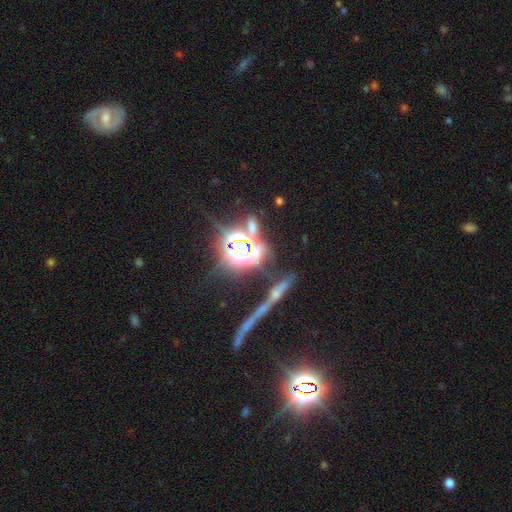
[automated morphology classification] A star or artifact, not a galaxy (68%).

Vote fractions:
- Smooth or featured? star or artifact: 68% / featured or disk: 17% / smooth: 15%